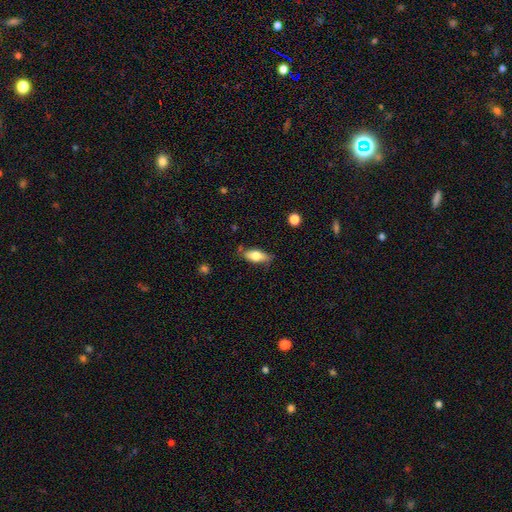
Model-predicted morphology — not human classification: A smooth galaxy with no disk features (69%) that is in between round and cigar-shaped (80%).

Vote fractions:
- Smooth or featured? smooth: 69% / featured or disk: 24% / star or artifact: 7%
- How rounded? in between: 80% / cigar-shaped: 17% / round: 3%
- Merging? none: 71% / minor disturbance: 22% / major disturbance: 5% / merger: 3%